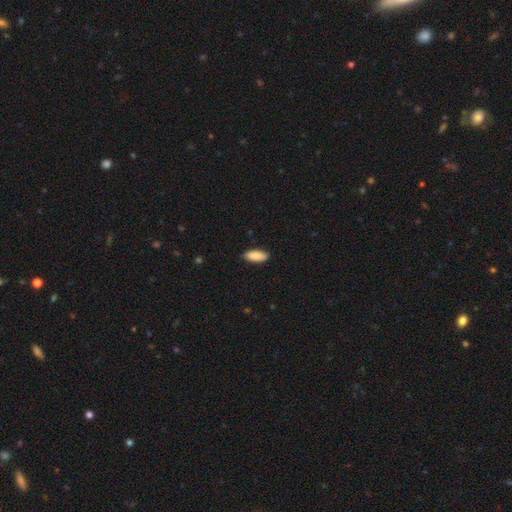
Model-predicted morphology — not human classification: smooth_or_featured: smooth (p=0.90) [alt: star or artifact p=0.06]
how_rounded: in between (p=0.83) [alt: cigar-shaped p=0.15]
merging: none (p=0.88) [alt: minor disturbance p=0.10]